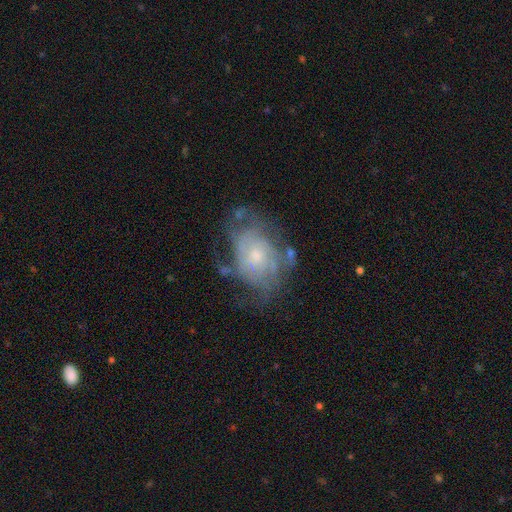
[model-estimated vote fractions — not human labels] A featured or disk galaxy (72%) with no bar (77%), tight (54%) spiral arms (74%) and a small central bulge (57%).

Vote fractions:
- Smooth or featured? featured or disk: 72% / smooth: 20% / star or artifact: 8%
- Edge-on disk? no: 97% / yes: 3%
- Bar? no: 77% / weak: 20% / strong: 3%
- Spiral arms? yes: 74% / no: 26%
- Spiral winding? tight: 54% / medium: 33% / loose: 13%
- Spiral arm count? can't tell: 55% / 2: 16% / 3: 12% / 4: 8% / 1: 4% / more than 4: 4%
- Bulge size? small: 57% / moderate: 35% / none: 4% / large: 3% / dominant: 1%
- Merging? none: 49% / minor disturbance: 25% / major disturbance: 21% / merger: 5%